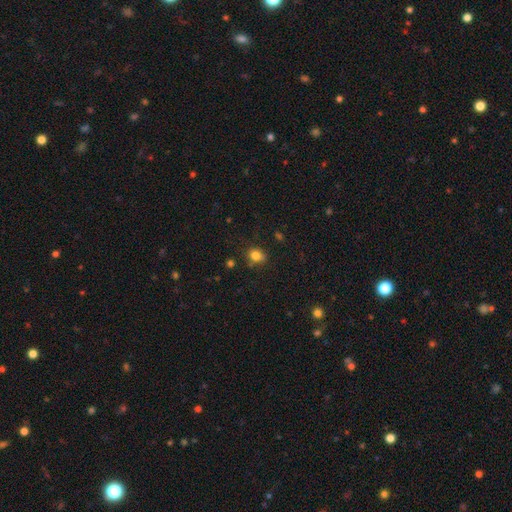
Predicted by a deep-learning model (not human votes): Morphology: type=smooth (82%); roundness=round (60%); merging=none (74%).